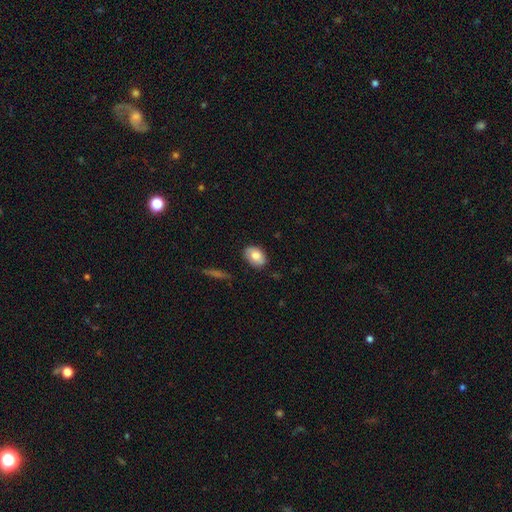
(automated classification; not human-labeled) A smooth galaxy with no disk features (79%) that is in between round and cigar-shaped (84%).

Vote fractions:
- Smooth or featured? smooth: 79% / featured or disk: 15% / star or artifact: 7%
- How rounded? in between: 84% / round: 15% / cigar-shaped: 1%
- Merging? none: 83% / minor disturbance: 13% / major disturbance: 3% / merger: 1%